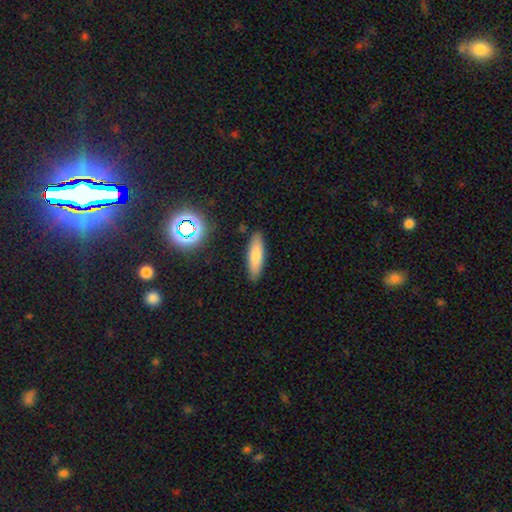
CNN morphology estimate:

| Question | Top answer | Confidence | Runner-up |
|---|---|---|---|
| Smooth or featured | smooth | 76% | featured or disk (15%) |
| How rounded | cigar-shaped | 56% | in between (42%) |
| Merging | none | 88% | minor disturbance (9%) |